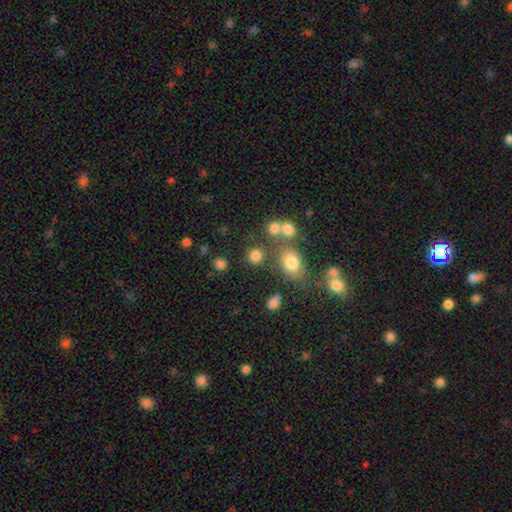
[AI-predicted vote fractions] This is likely a smooth galaxy (78%). How rounded: clearly round (84%). Merging: likely none (71%).